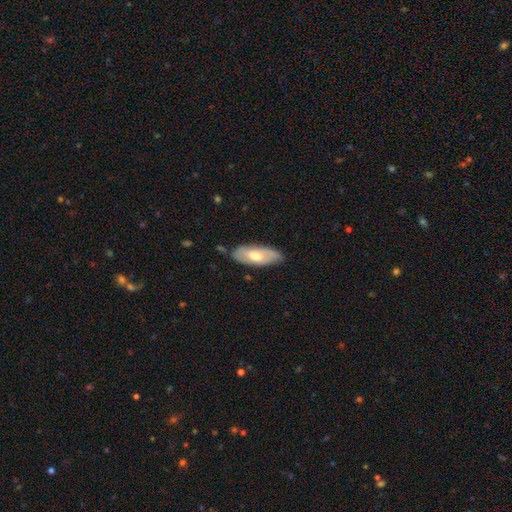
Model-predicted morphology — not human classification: Smooth or featured: smooth — 55% (featured or disk — 40%)
How rounded: in between — 81% (cigar-shaped — 16%)
Merging: none — 81% (minor disturbance — 15%)